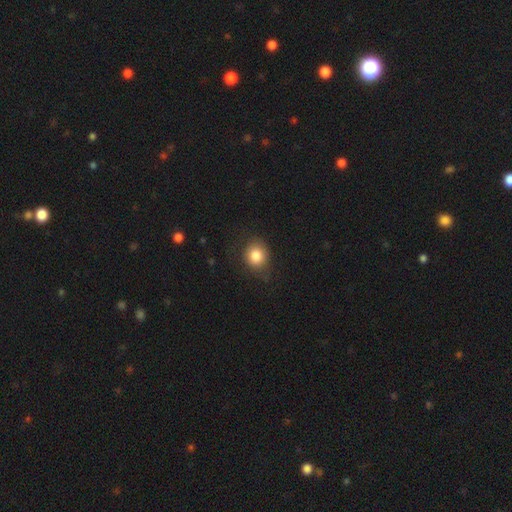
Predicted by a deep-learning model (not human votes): smooth_or_featured: smooth (p=0.84) [alt: star or artifact p=0.09]
how_rounded: round (p=0.73) [alt: in between p=0.27]
merging: none (p=0.74) [alt: minor disturbance p=0.19]